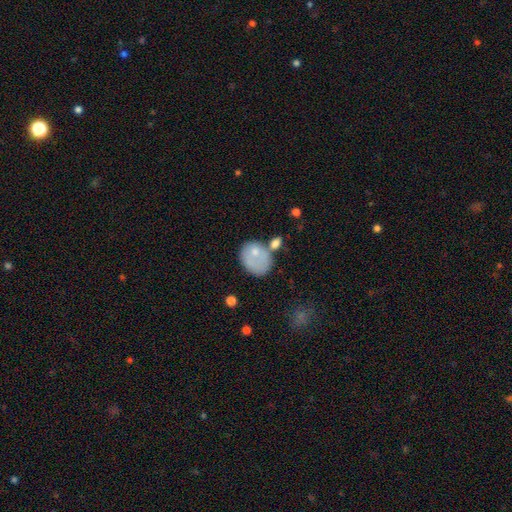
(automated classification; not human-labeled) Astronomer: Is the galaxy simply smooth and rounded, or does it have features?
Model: smooth — 70%.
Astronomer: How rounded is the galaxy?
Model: in between — 53% (runner-up: round, 46%).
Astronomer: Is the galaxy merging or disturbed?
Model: none — 37% (runner-up: merger, 24%).